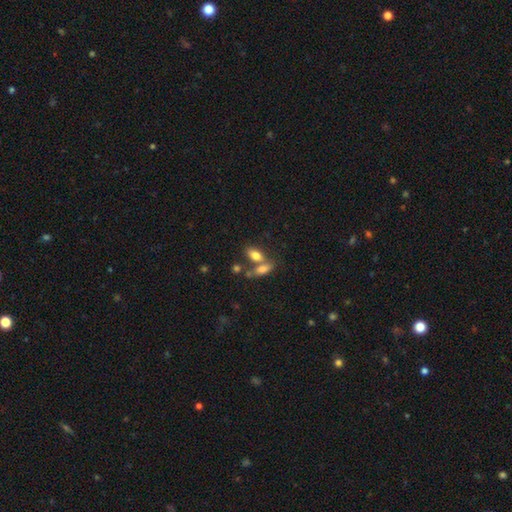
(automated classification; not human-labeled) smooth 75%, featured or disk 16%, star or artifact 9%. Down the decision tree: how rounded — in between (84%); merging — none (45%).